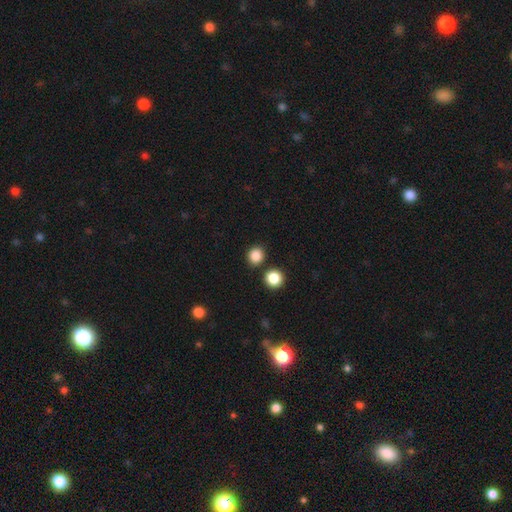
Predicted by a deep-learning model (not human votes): Smooth or featured?
  - smooth: 85% *
  - star or artifact: 11%
  - featured or disk: 3%
How rounded?
  - round: 86% *
  - in between: 13%
  - cigar-shaped: 1%
Merging?
  - none: 83% *
  - minor disturbance: 7%
  - merger: 7%
  - major disturbance: 2%